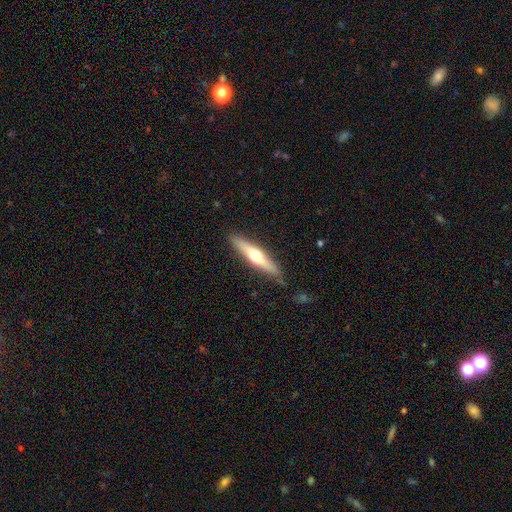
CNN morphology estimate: This appears to be a featured or disk galaxy (51%) viewed edge-on (94%). Merging: none (84%).